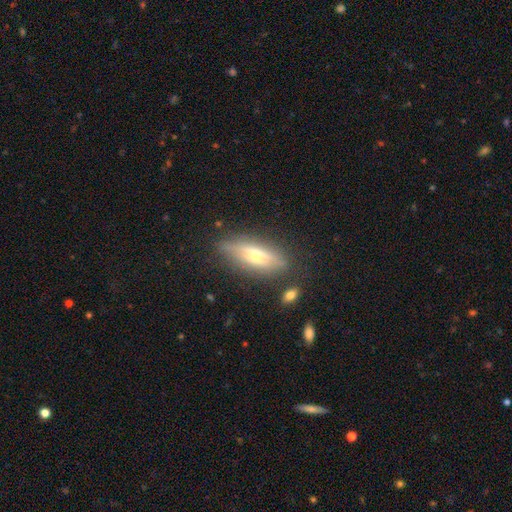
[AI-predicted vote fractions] Smooth or featured? Predicted: featured or disk (p=0.52). Edge-on disk? Predicted: yes (p=0.81). Merging? Predicted: none (p=0.75).